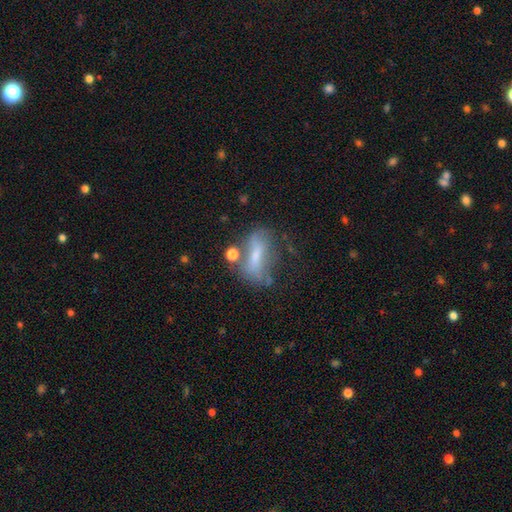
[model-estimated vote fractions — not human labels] smooth 49%, featured or disk 39%, star or artifact 12%. Down the decision tree: merging — none (45%).